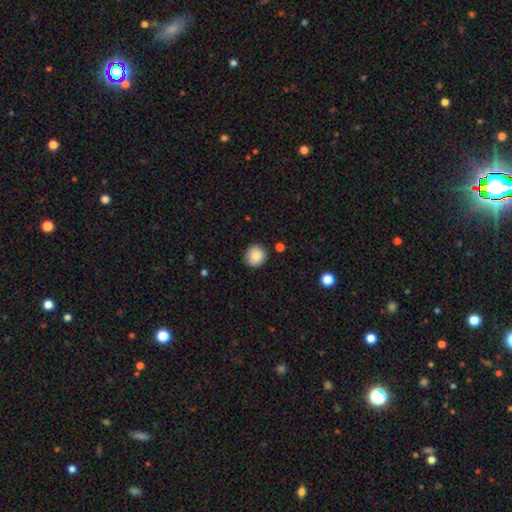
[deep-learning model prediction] Overall: smooth (87%). How rounded: round (86%). Merging: none (85%).